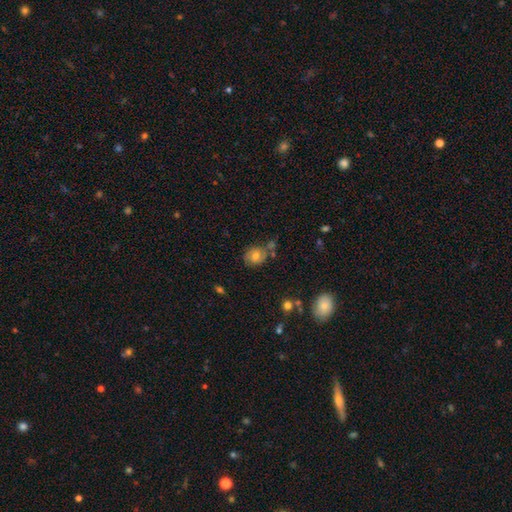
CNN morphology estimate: Smooth or featured?
  - smooth: 58% *
  - featured or disk: 31%
  - star or artifact: 11%
How rounded?
  - round: 61% *
  - in between: 38%
  - cigar-shaped: 1%
Merging?
  - none: 57% *
  - minor disturbance: 21%
  - merger: 14%
  - major disturbance: 8%